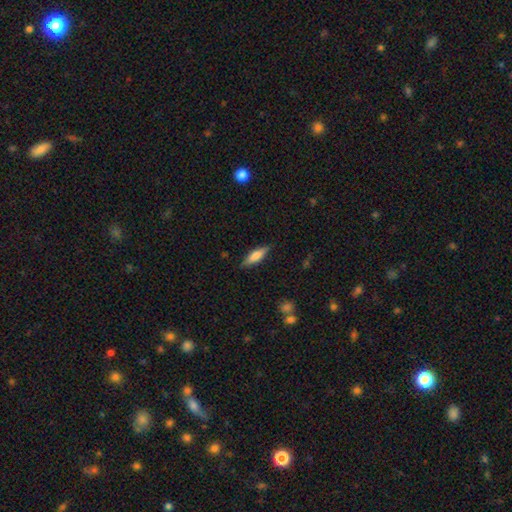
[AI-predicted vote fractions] Overall: smooth (70%). How rounded: cigar-shaped (56%; in between 42%). Merging: none (86%).